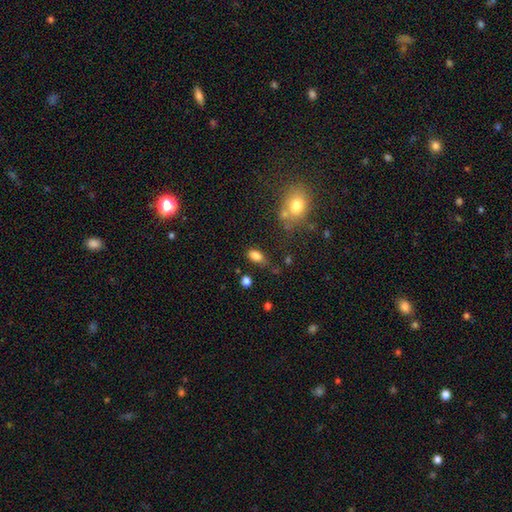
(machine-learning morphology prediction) This is clearly a smooth galaxy (83%). How rounded: clearly in between (89%). Merging: likely none (68%).